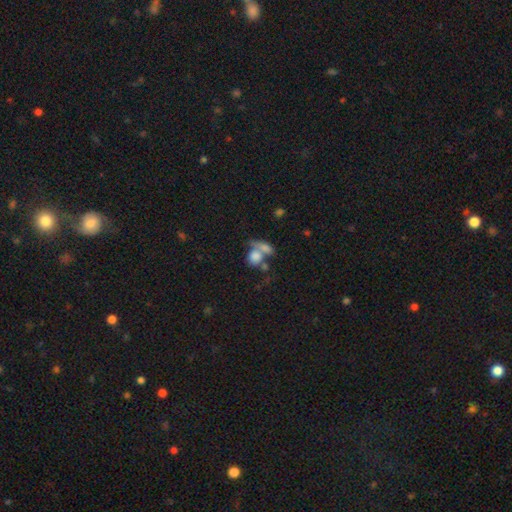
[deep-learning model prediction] The model was most divided on "merging": merger: 51%, none: 30%, minor disturbance: 10%, major disturbance: 9%. More confident: smooth or featured — smooth (76%); how rounded — round (61%).